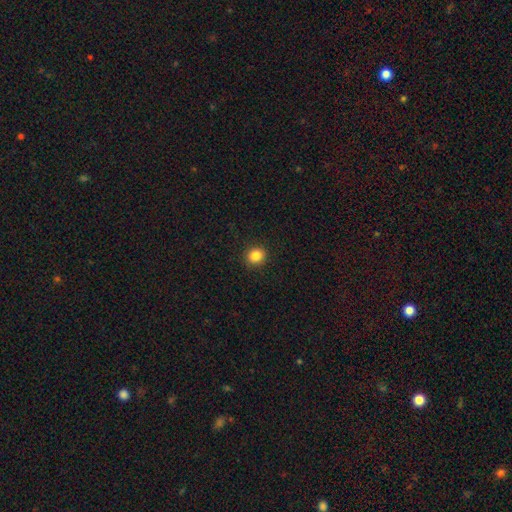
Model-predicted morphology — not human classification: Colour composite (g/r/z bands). It shows a smooth galaxy with no disk features (85%) that is round (84%). Merging: none (92%).